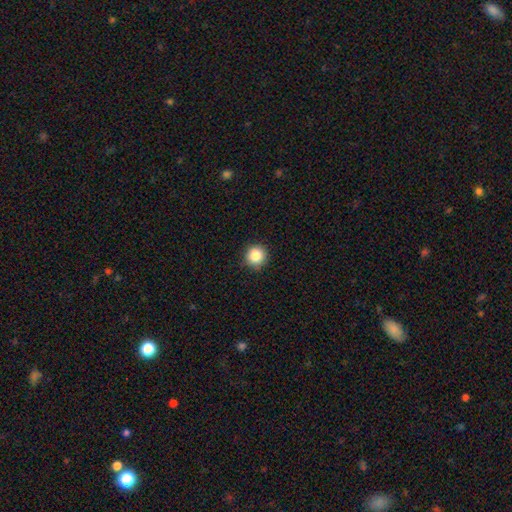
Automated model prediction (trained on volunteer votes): smooth_or_featured: smooth (p=0.85) [alt: star or artifact p=0.10]
how_rounded: round (p=0.94) [alt: in between p=0.05]
merging: none (p=0.90) [alt: minor disturbance p=0.07]